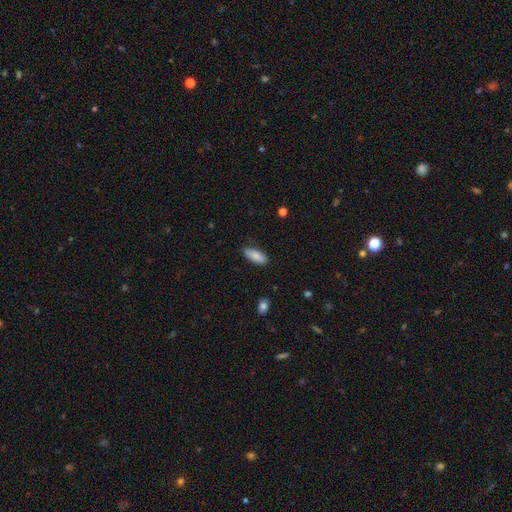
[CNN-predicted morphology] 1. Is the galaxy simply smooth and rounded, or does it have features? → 82% smooth, 11% featured or disk, 6% star or artifact.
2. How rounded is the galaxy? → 76% in between, 22% cigar-shaped, 2% round.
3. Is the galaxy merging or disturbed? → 79% none, 16% minor disturbance, 3% major disturbance, 1% merger.